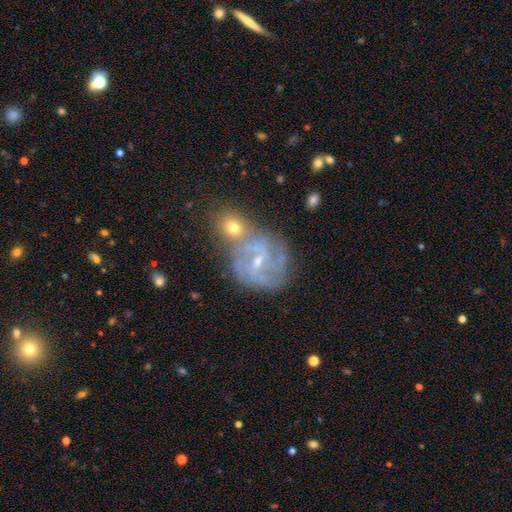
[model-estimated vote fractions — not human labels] Smooth or featured? featured or disk (78%)
Edge-on disk? no (97%)
Bar? weak (50%)
Spiral arms? yes (93%)
Spiral winding? tight (52%)
Spiral arm count? 2 (40%)
Bulge size? small (68%)
Merging? none (45%)